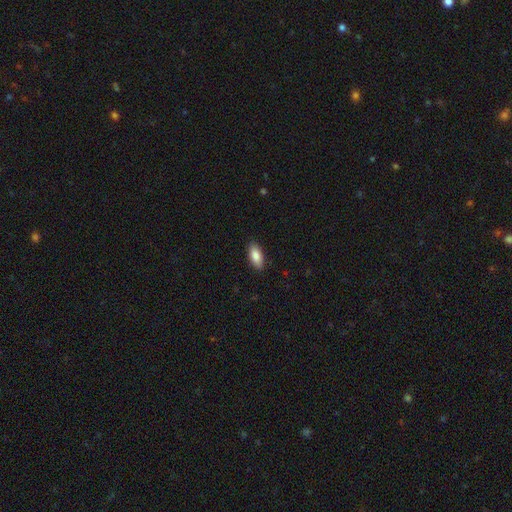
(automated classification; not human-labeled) Smooth or featured?
  - smooth: 86% *
  - featured or disk: 7%
  - star or artifact: 6%
How rounded?
  - in between: 87% *
  - cigar-shaped: 10%
  - round: 2%
Merging?
  - none: 88% *
  - minor disturbance: 9%
  - major disturbance: 2%
  - merger: 1%